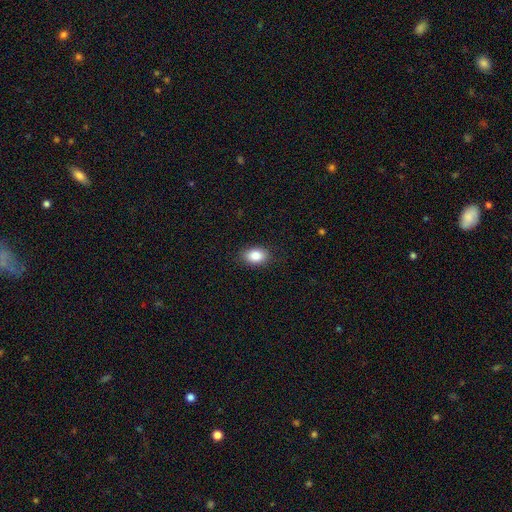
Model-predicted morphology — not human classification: Smooth or featured: smooth — 85% (star or artifact — 8%)
How rounded: in between — 82% (round — 17%)
Merging: none — 87% (minor disturbance — 9%)